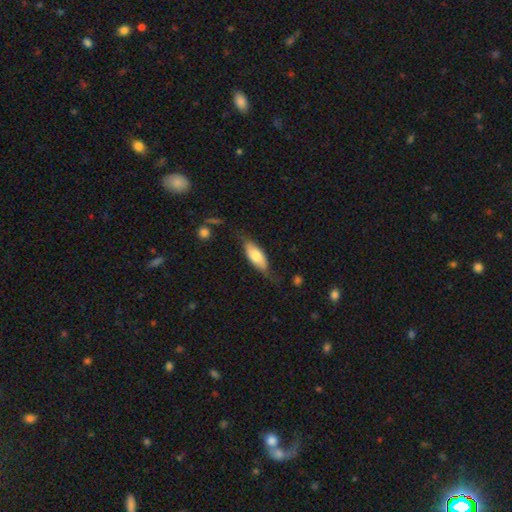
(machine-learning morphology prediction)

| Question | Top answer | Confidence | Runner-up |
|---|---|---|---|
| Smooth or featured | smooth | 69% | featured or disk (26%) |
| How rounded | in between | 75% | cigar-shaped (23%) |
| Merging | none | 63% | minor disturbance (26%) |